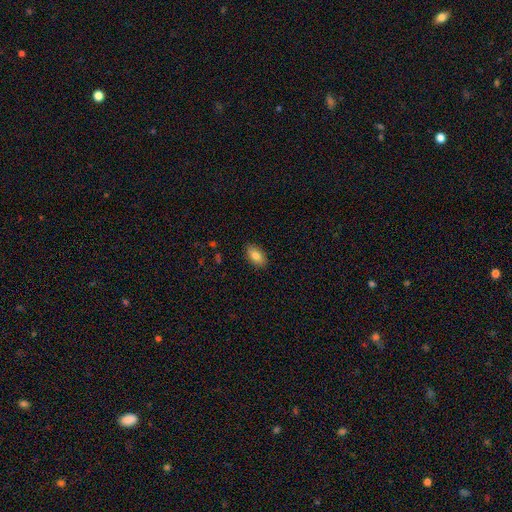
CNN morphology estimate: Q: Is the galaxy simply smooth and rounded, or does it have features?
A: smooth — 82%.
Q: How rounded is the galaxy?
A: in between — 91%.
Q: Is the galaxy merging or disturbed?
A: none — 87%.